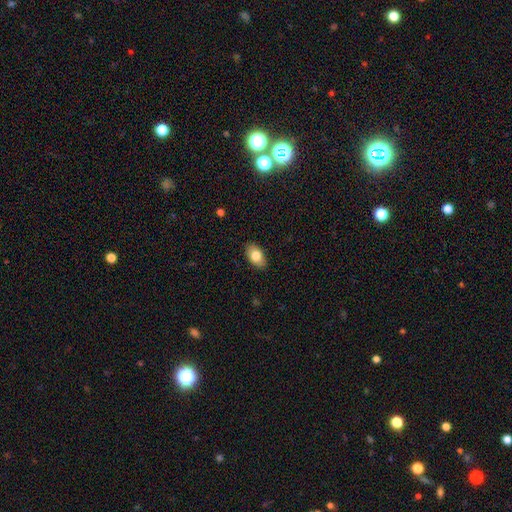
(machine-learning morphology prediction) This appears to be a smooth galaxy with no disk features (81%) that is in between round and cigar-shaped (92%). Merging: none (88%).